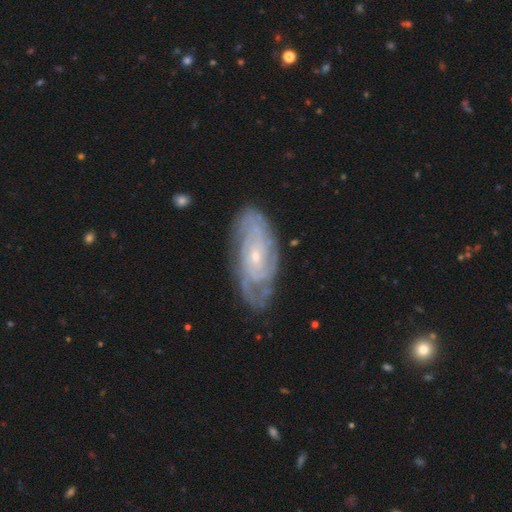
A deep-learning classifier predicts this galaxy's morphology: This appears to be a featured or disk galaxy (86%) with no bar (72%), tight (70%) spiral arms (96%) and a small central bulge (79%). Merging: none (76%).